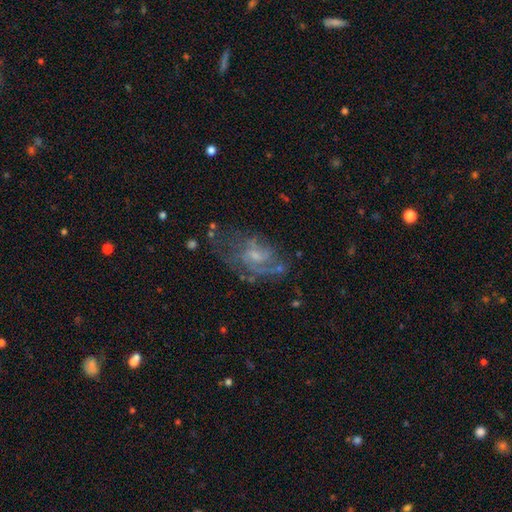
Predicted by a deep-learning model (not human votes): smooth_or_featured: featured or disk (p=0.70) [alt: smooth p=0.20]
disk_edge_on: no (p=0.96) [alt: yes p=0.04]
bar: no (p=0.61) [alt: weak p=0.34]
has_spiral_arms: yes (p=0.72) [alt: no p=0.28]
bulge_size: small (p=0.59) [alt: moderate p=0.25]
merging: none (p=0.47) [alt: major disturbance p=0.27]